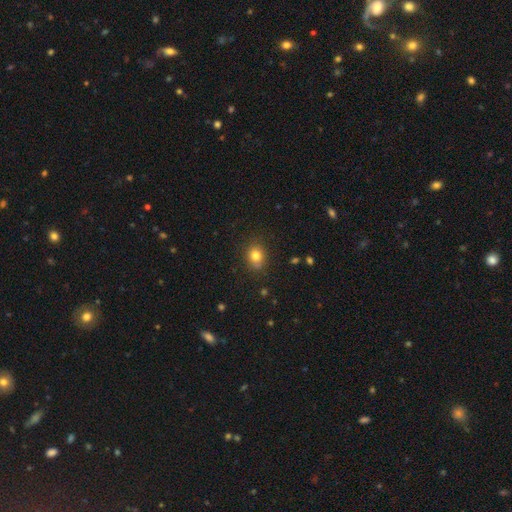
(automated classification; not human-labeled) smooth_or_featured: smooth (p=0.80) [alt: star or artifact p=0.12]
how_rounded: round (p=0.69) [alt: in between p=0.30]
merging: none (p=0.77) [alt: minor disturbance p=0.15]